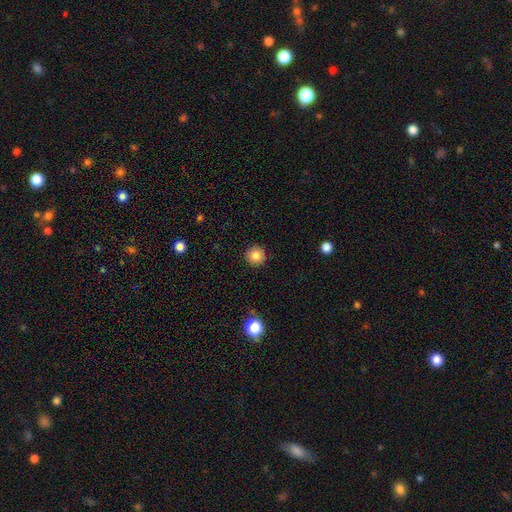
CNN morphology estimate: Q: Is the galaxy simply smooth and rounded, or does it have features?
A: smooth — 84%.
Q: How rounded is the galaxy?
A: round — 95%.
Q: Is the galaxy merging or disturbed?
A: none — 92%.